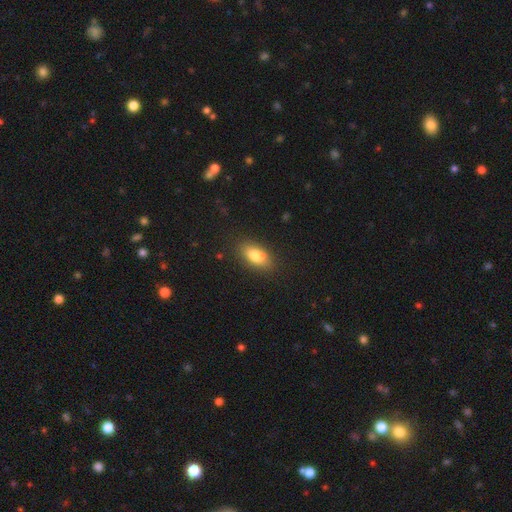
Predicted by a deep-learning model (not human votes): Q: Smooth or featured?
A: smooth (81%); runner-up: featured or disk (11%)
Q: How rounded?
A: in between (87%); runner-up: cigar-shaped (9%)
Q: Merging?
A: none (83%); runner-up: minor disturbance (13%)